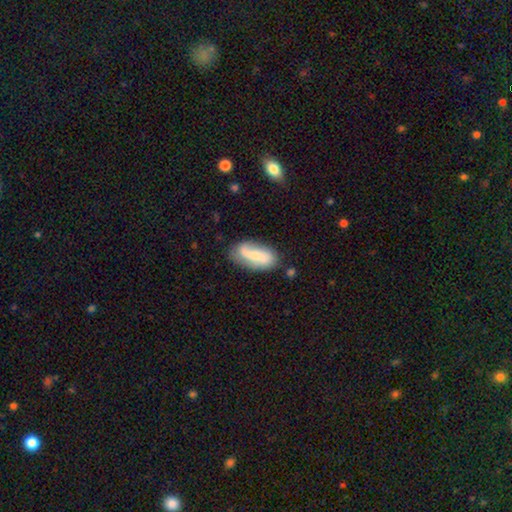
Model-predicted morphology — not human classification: This is possibly a featured or disk galaxy (52%). It is clearly not viewed edge-on (93%). Merging: likely none (68%).